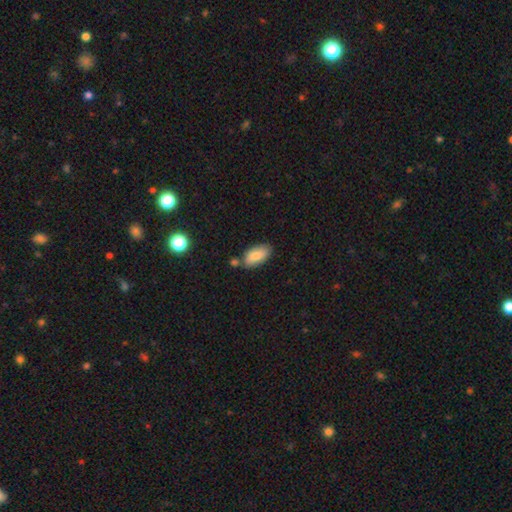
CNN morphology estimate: The model was most divided on "merging": none: 71%, minor disturbance: 16%, merger: 10%, major disturbance: 3%. More confident: how rounded — in between (92%); smooth or featured — smooth (81%).